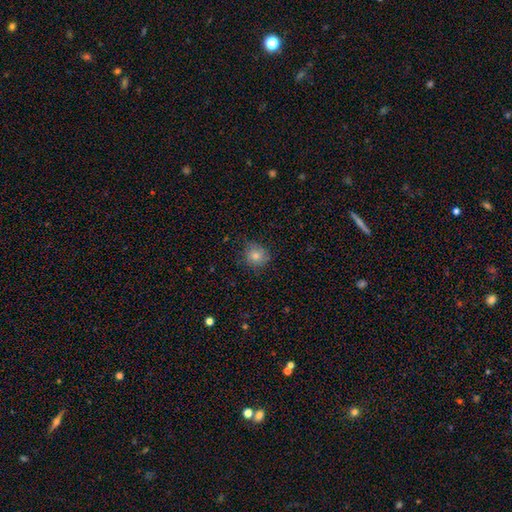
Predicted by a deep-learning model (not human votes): This is likely a smooth galaxy (69%). How rounded: clearly round (88%). Merging: likely none (77%).